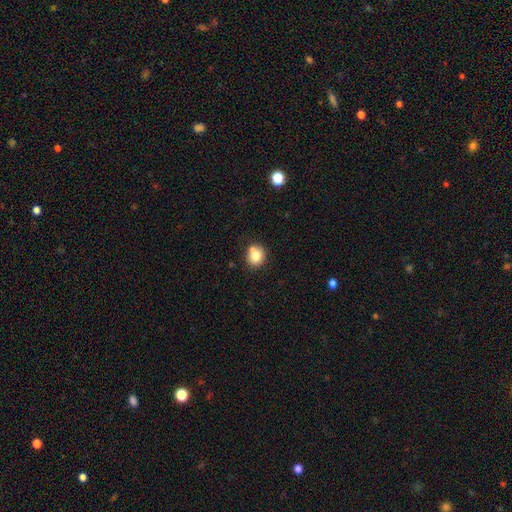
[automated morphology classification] smooth-or-featured: smooth: 79% | featured or disk: 11% | star or artifact: 10%
  how-rounded: round: 76% | in between: 24% | cigar-shaped: 1%
  merging: none: 61% | merger: 23% | minor disturbance: 13% | major disturbance: 4%